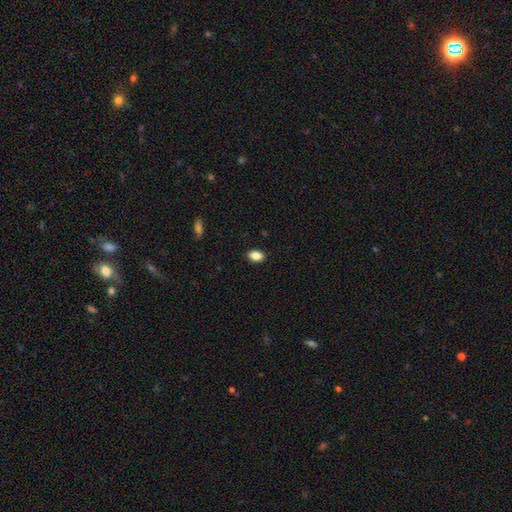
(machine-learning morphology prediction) A smooth galaxy with no disk features (87%) that is in between round and cigar-shaped (86%). Merging: none (89%).